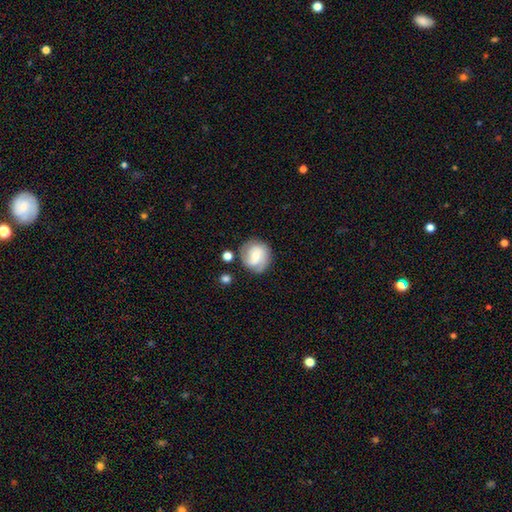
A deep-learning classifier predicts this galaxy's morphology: Smooth or featured? featured or disk (58%)
Edge-on disk? no (97%)
Bar? weak (46%)
Spiral arms? yes (87%)
Bulge size? moderate (48%)
Merging? none (72%)